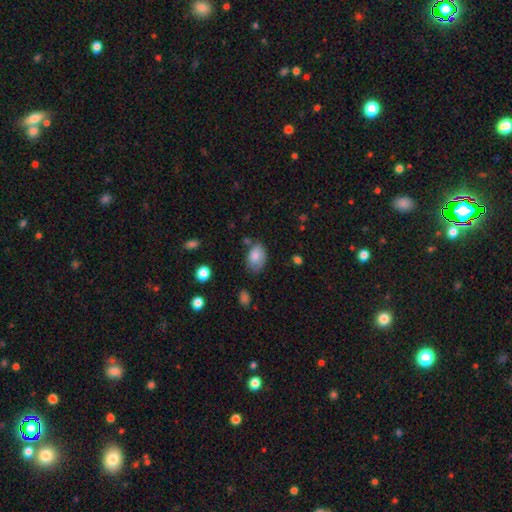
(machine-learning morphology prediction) Smooth or featured? Predicted: smooth (p=0.81). How rounded? Predicted: in between (p=0.86). Merging? Predicted: none (p=0.55).